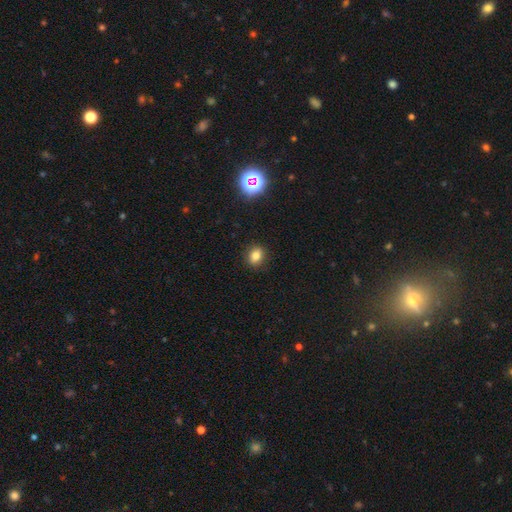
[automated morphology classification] Overall: smooth (78%). How rounded: round (61%; in between 38%). Merging: none (89%).